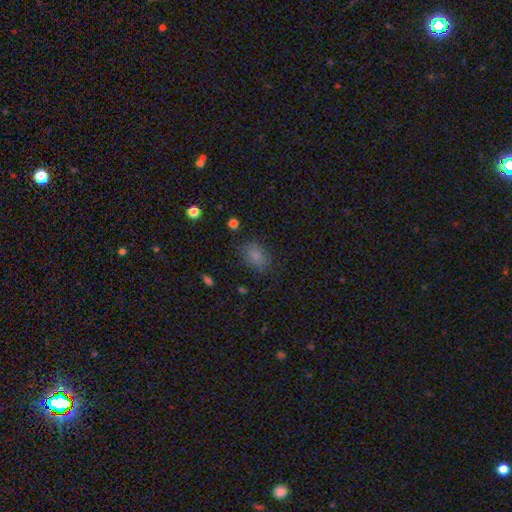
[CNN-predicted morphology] Smooth or featured? Predicted: smooth (p=0.82). How rounded? Predicted: in between (p=0.79). Merging? Predicted: none (p=0.79).